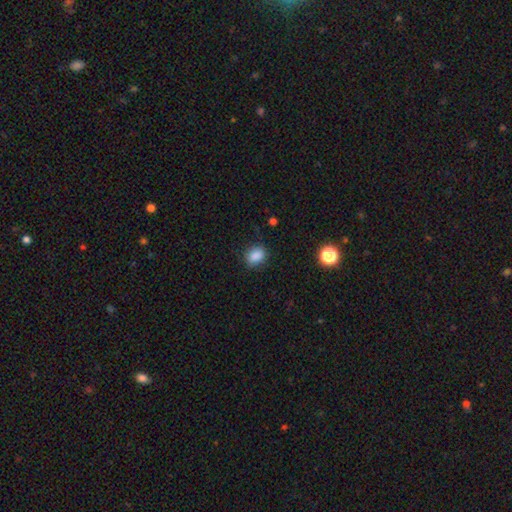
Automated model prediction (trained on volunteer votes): Smooth or featured? Predicted: smooth (p=0.87). How rounded? Predicted: in between (p=0.65). Merging? Predicted: none (p=0.81).